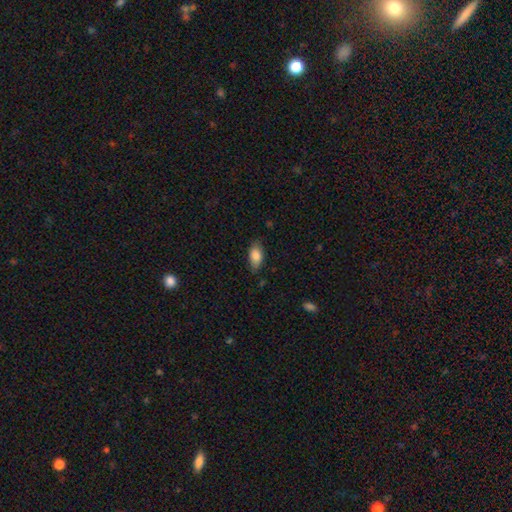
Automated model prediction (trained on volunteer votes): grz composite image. It shows a smooth galaxy with no disk features (84%) that is in between round and cigar-shaped (90%). Merging: none (76%).